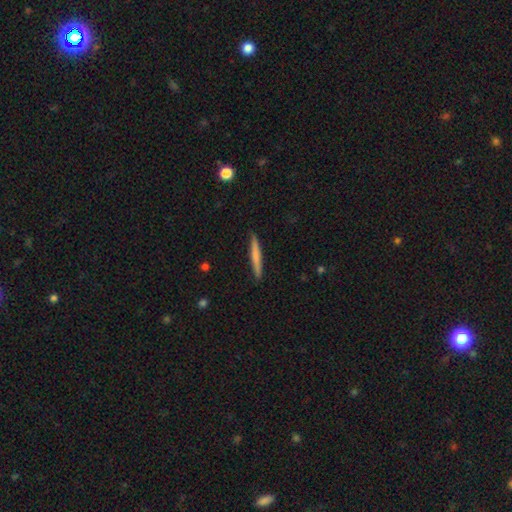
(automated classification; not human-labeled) smooth_or_featured: smooth (p=0.66) [alt: featured or disk p=0.29]
how_rounded: cigar-shaped (p=0.96) [alt: in between p=0.03]
merging: none (p=0.91) [alt: minor disturbance p=0.07]